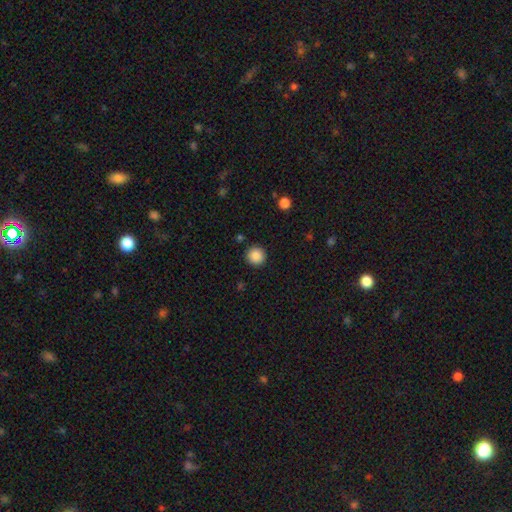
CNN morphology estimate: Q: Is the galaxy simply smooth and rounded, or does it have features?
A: smooth — 88%.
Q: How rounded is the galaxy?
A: round — 95%.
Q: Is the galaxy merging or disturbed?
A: none — 92%.